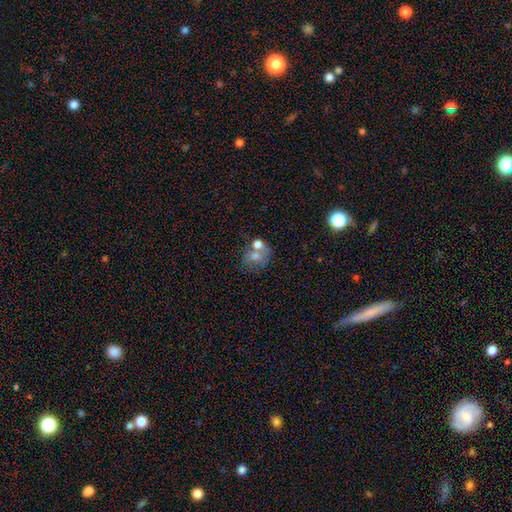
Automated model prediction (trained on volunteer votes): This appears to be a smooth galaxy with no disk features (52%) that is round (67%). Merging: none (45%).